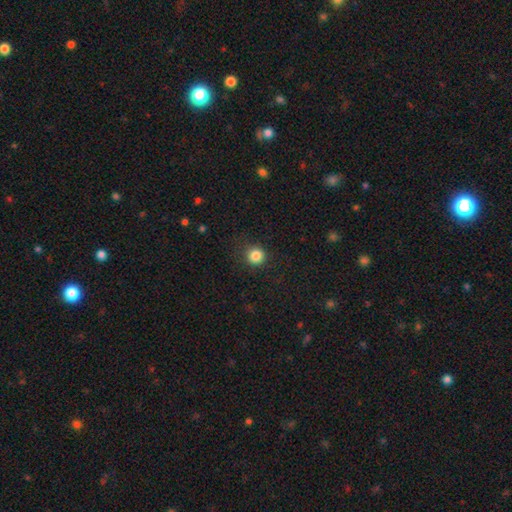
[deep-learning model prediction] The model was most divided on "smooth or featured": smooth: 85%, star or artifact: 11%, featured or disk: 4%. More confident: how rounded — round (92%); merging — none (87%).